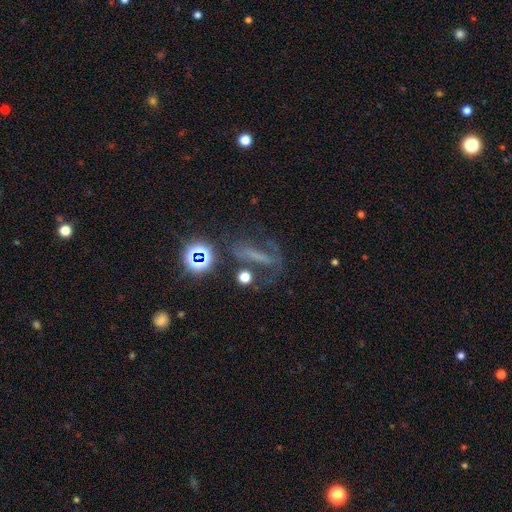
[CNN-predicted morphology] smooth_or_featured: featured or disk (p=0.39) [alt: star or artifact p=0.37]
merging: none (p=0.52) [alt: major disturbance p=0.22]